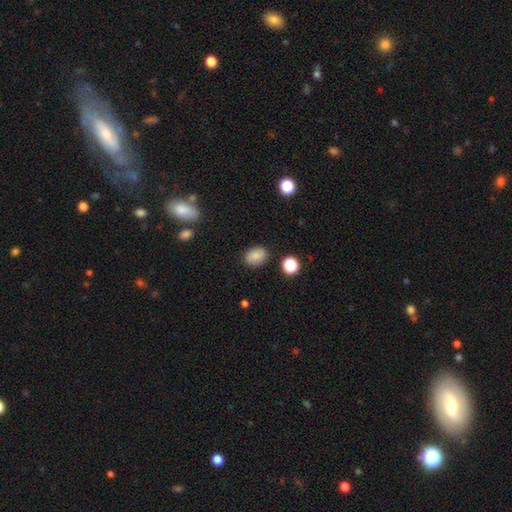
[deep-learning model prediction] A smooth galaxy with no disk features (83%) that is in between round and cigar-shaped (70%).

Vote fractions:
- Smooth or featured? smooth: 83% / star or artifact: 10% / featured or disk: 8%
- How rounded? in between: 70% / round: 29% / cigar-shaped: 1%
- Merging? none: 83% / minor disturbance: 12% / major disturbance: 3% / merger: 2%